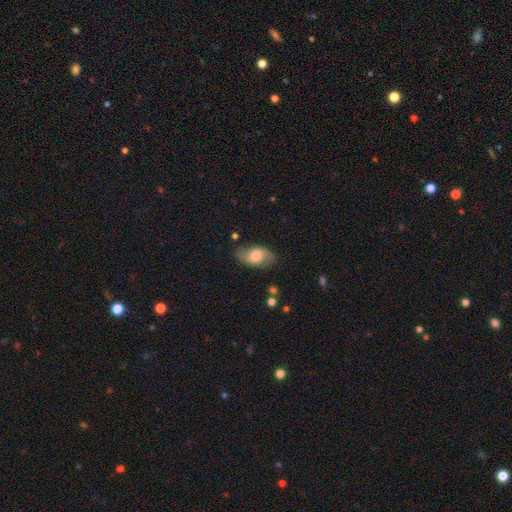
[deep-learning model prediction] Smooth or featured? smooth (63%)
How rounded? in between (92%)
Merging? none (74%)